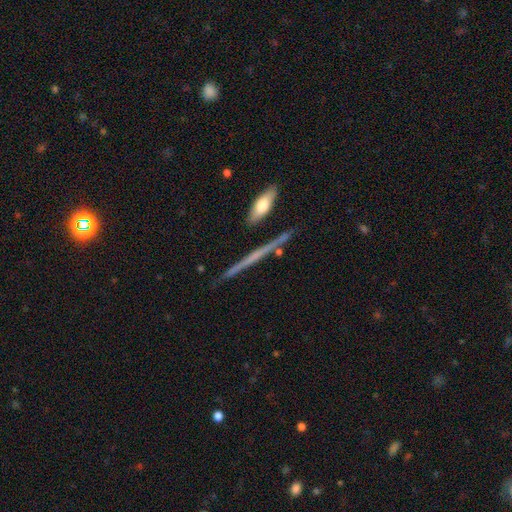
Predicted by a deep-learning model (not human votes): Smooth or featured? featured or disk (61%)
Edge-on disk? yes (94%)
Edge-on bulge? none (51%)
Merging? none (81%)